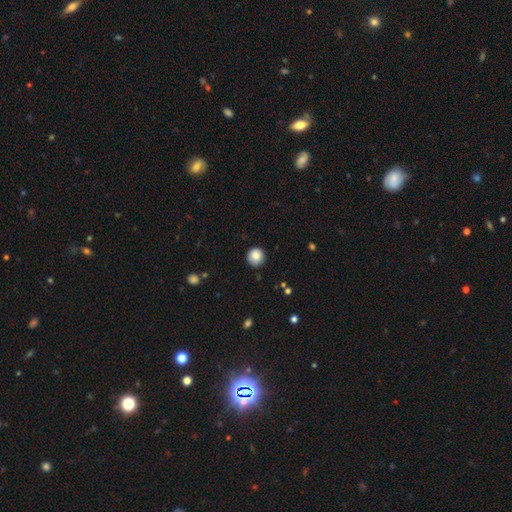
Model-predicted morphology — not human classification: Smooth or featured? Predicted: smooth (p=0.84). How rounded? Predicted: round (p=0.94). Merging? Predicted: none (p=0.89).